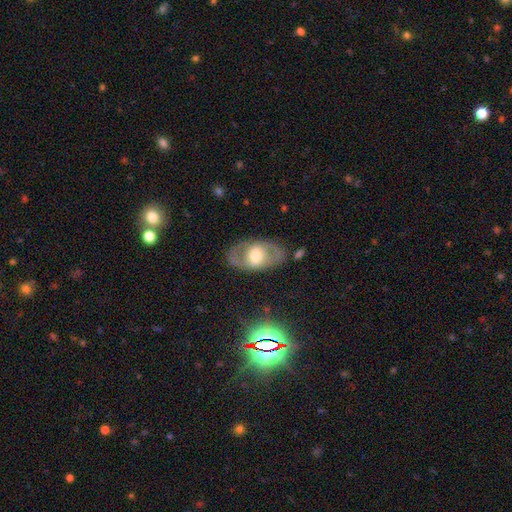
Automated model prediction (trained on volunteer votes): Smooth or featured: featured or disk — 65% (smooth — 29%)
Edge-on disk: no — 92% (yes — 8%)
Bar: no — 49% (weak — 35%)
Spiral arms: yes — 56% (no — 44%)
Bulge size: moderate — 63% (large — 22%)
Merging: none — 79% (minor disturbance — 13%)